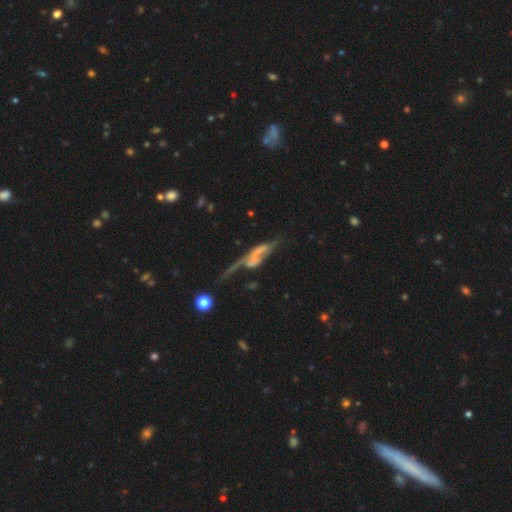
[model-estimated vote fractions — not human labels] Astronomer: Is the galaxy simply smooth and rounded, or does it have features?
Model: featured or disk — 65%.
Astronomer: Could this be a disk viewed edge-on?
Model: no — 61% (runner-up: yes, 39%).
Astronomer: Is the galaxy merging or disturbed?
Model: major disturbance — 33% (runner-up: merger, 28%).